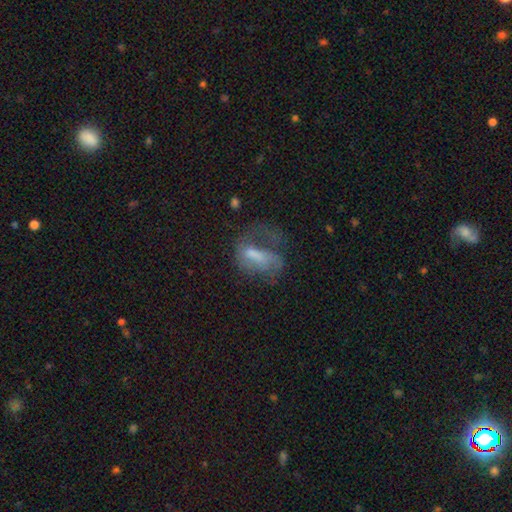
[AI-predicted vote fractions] Smooth or featured: featured or disk — 48% (smooth — 40%)
Merging: major disturbance — 52% (none — 25%)